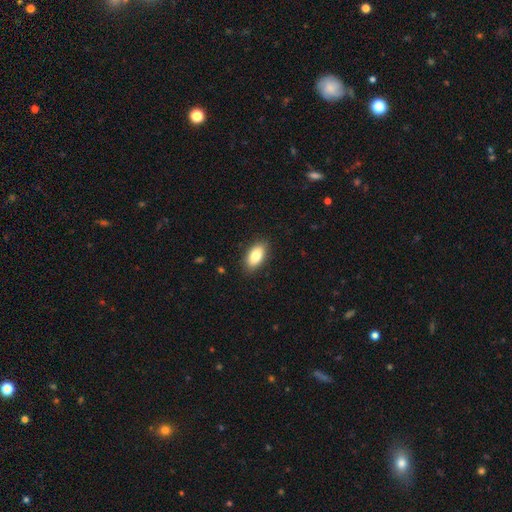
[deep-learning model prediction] Morphology: type=smooth (84%); roundness=in between (92%); merging=none (87%).